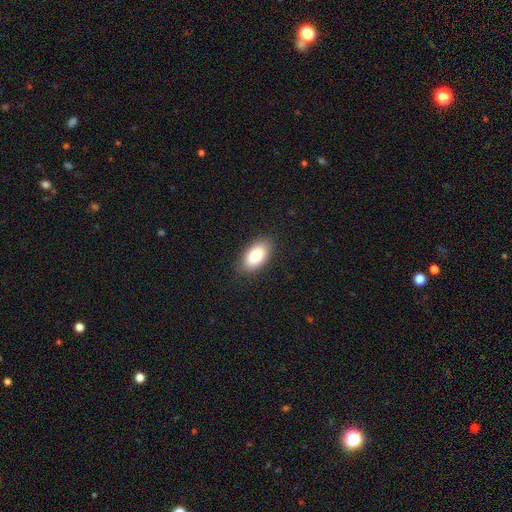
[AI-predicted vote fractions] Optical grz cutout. It shows a smooth galaxy with no disk features (85%) that is in between round and cigar-shaped (94%). Merging: none (86%).